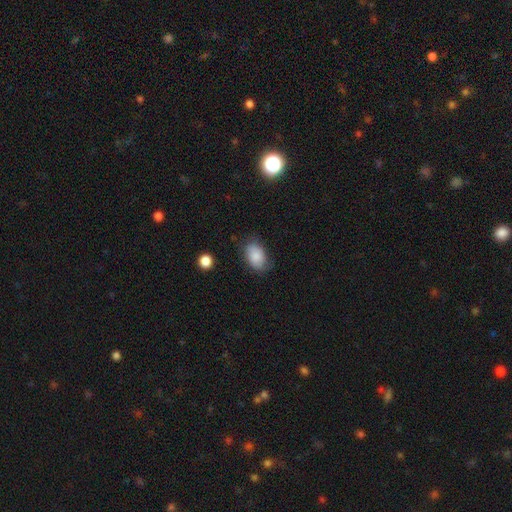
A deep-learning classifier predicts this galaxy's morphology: This is clearly a smooth galaxy (84%). How rounded: clearly in between (86%). Merging: likely none (71%).